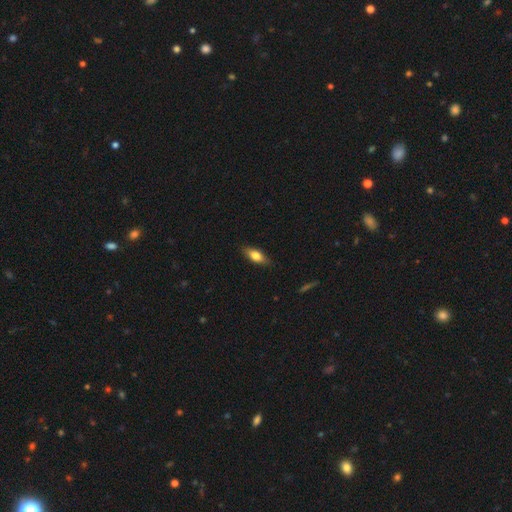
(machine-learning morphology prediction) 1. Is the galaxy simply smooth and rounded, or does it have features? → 67% smooth, 27% featured or disk, 7% star or artifact.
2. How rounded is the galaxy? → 68% in between, 28% cigar-shaped, 4% round.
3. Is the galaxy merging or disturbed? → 86% none, 11% minor disturbance, 2% major disturbance, 1% merger.